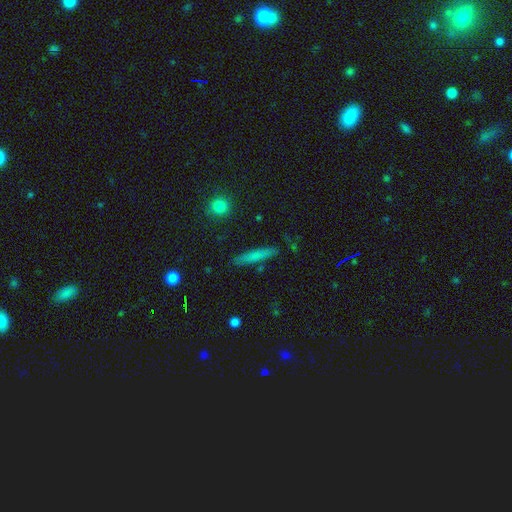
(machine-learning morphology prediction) A smooth galaxy with no disk features (70%) that is cigar-shaped (91%). Merging: none (87%).